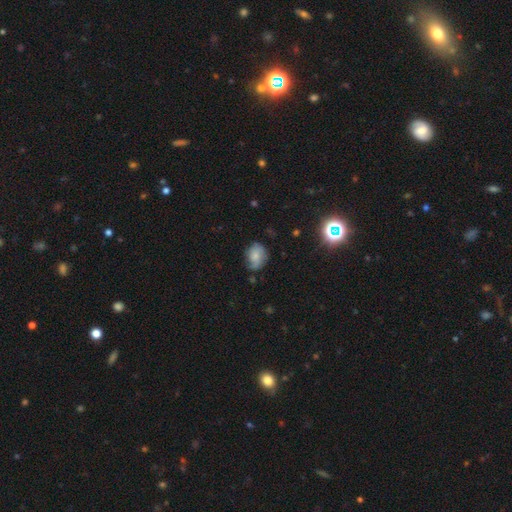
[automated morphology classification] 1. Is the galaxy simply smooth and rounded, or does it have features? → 61% smooth, 29% featured or disk, 10% star or artifact.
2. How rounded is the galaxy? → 62% in between, 37% round, 1% cigar-shaped.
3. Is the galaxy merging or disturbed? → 57% none, 31% minor disturbance, 10% major disturbance, 2% merger.